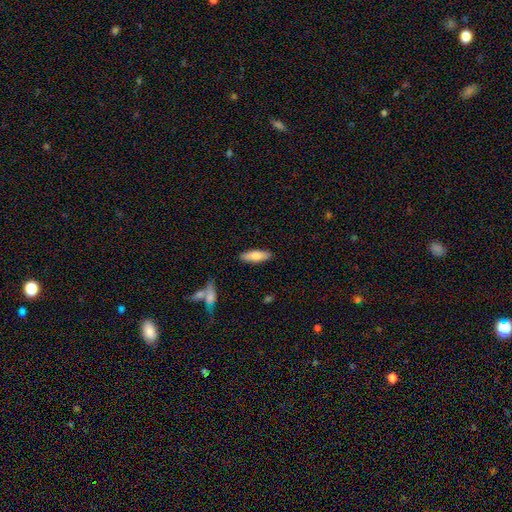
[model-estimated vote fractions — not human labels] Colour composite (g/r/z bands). It shows a smooth galaxy with no disk features (80%) that is in between round and cigar-shaped (54%). Merging: none (87%).